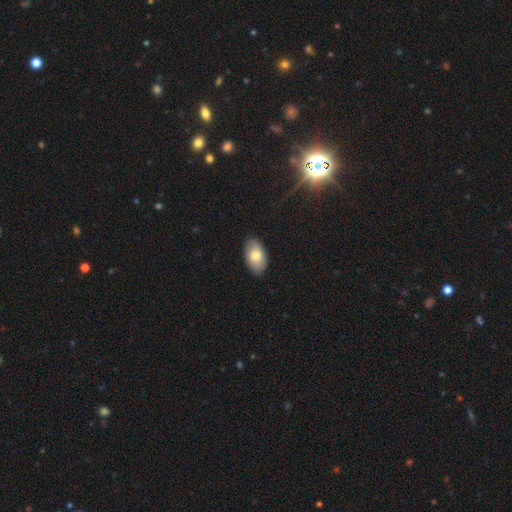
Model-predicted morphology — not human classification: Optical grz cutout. It shows a smooth galaxy with no disk features (77%) that is in between round and cigar-shaped (94%). Merging: none (86%).